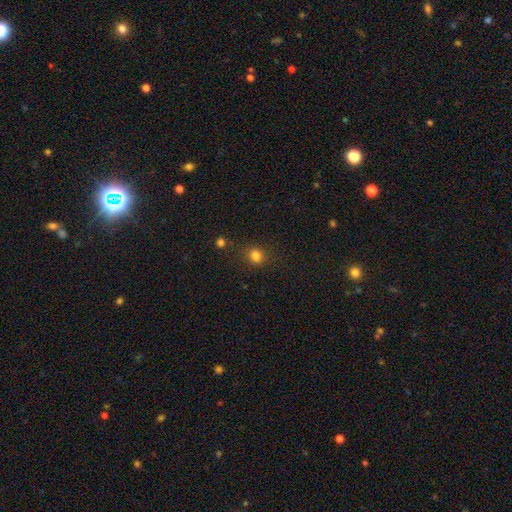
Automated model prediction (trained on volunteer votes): A smooth galaxy with no disk features (79%) that is round (72%).

Vote fractions:
- Smooth or featured? smooth: 79% / star or artifact: 15% / featured or disk: 6%
- How rounded? round: 72% / in between: 26% / cigar-shaped: 1%
- Merging? none: 73% / minor disturbance: 14% / merger: 8% / major disturbance: 5%